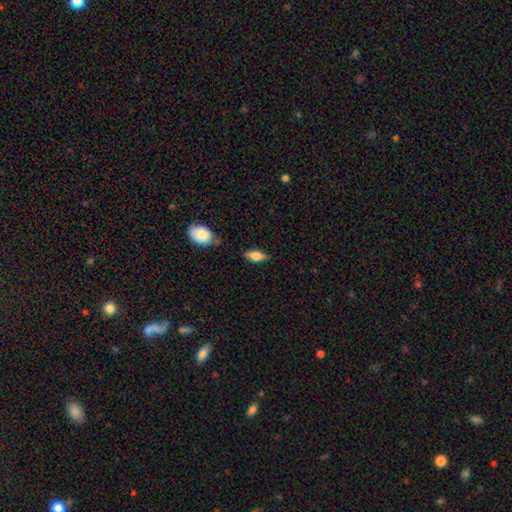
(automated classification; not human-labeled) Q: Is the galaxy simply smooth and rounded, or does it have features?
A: smooth — 77%.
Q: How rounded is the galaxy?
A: in between — 81%.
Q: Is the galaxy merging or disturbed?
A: none — 78%.